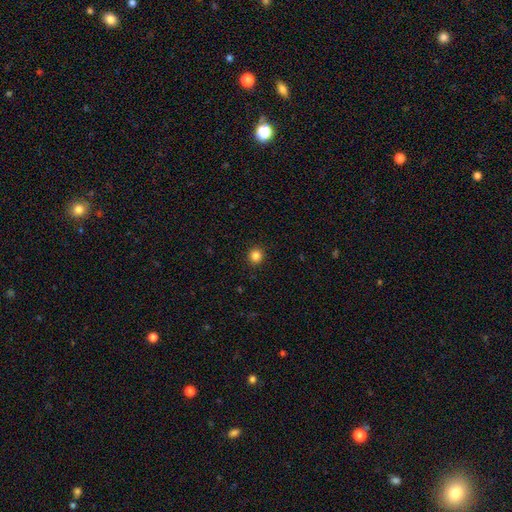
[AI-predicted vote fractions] This appears to be a smooth galaxy with no disk features (84%) that is round (92%). Merging: none (92%).